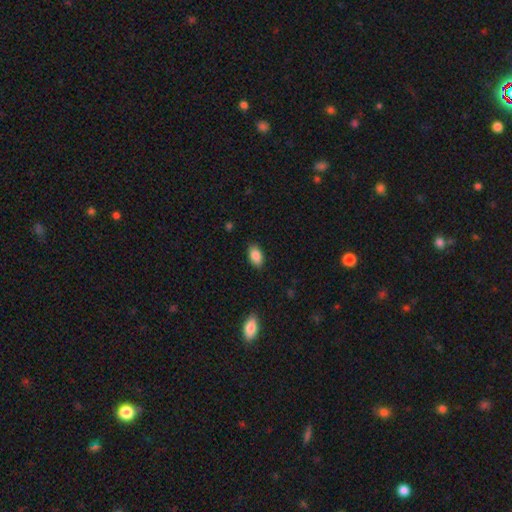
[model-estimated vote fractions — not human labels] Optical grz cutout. It shows a smooth galaxy with no disk features (87%) that is in between round and cigar-shaped (91%). Merging: none (87%).